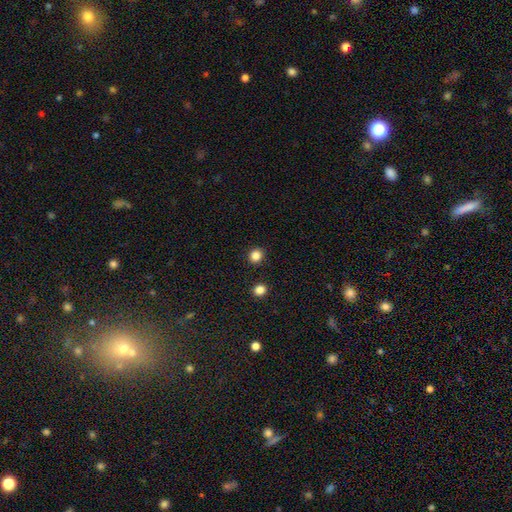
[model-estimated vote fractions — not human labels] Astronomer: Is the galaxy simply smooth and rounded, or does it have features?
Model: smooth — 85%.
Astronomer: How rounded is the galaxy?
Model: round — 82%.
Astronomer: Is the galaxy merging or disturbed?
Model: none — 90%.